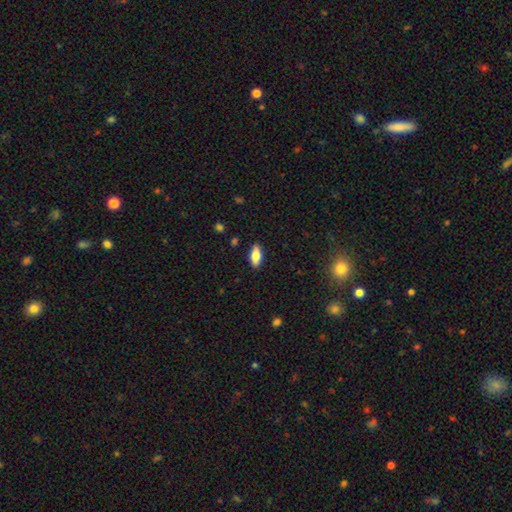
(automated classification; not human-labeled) Q: Smooth or featured?
A: smooth (74%); runner-up: featured or disk (19%)
Q: How rounded?
A: in between (81%); runner-up: cigar-shaped (16%)
Q: Merging?
A: none (89%); runner-up: minor disturbance (8%)